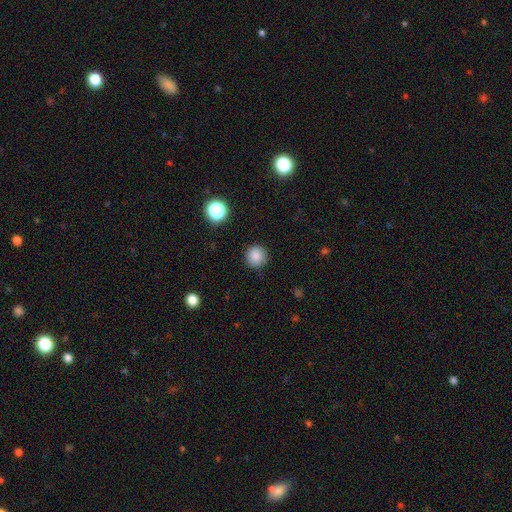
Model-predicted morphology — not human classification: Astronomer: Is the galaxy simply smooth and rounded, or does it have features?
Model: smooth — 85%.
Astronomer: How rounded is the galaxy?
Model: round — 94%.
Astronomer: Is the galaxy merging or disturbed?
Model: none — 89%.